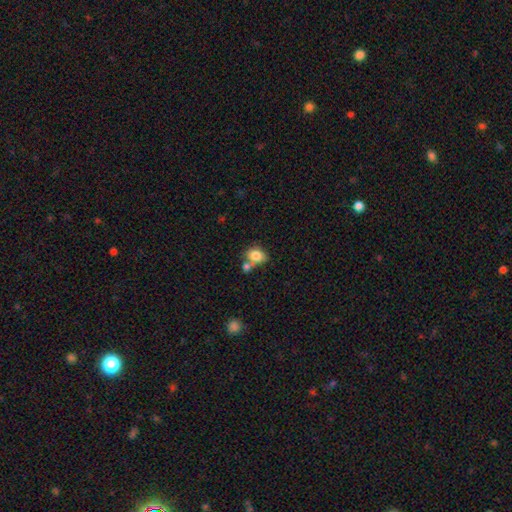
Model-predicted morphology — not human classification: type=smooth (81%); roundness=in between (63%); merging=none (41%).